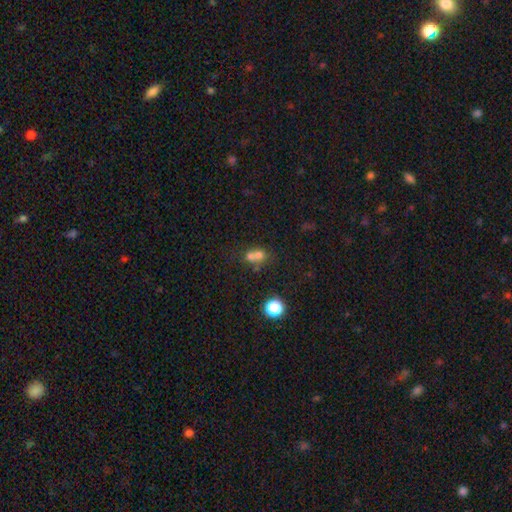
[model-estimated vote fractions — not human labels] The model was most divided on "merging": merger: 63%, none: 28%, minor disturbance: 6%, major disturbance: 3%. More confident: how rounded — round (73%); smooth or featured — smooth (65%).